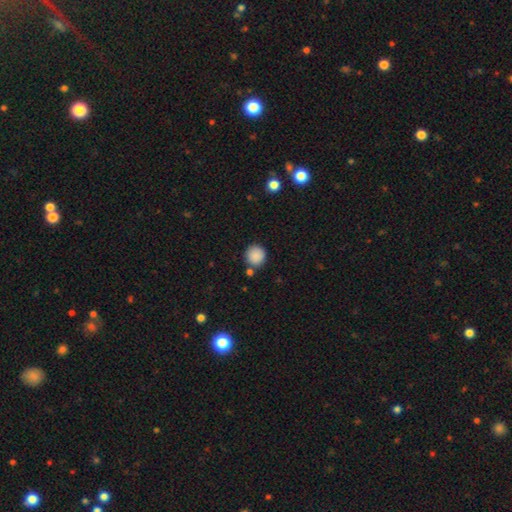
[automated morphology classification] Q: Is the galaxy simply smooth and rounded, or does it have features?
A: smooth — 88%.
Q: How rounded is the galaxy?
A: round — 92%.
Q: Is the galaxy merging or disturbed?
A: none — 78%.